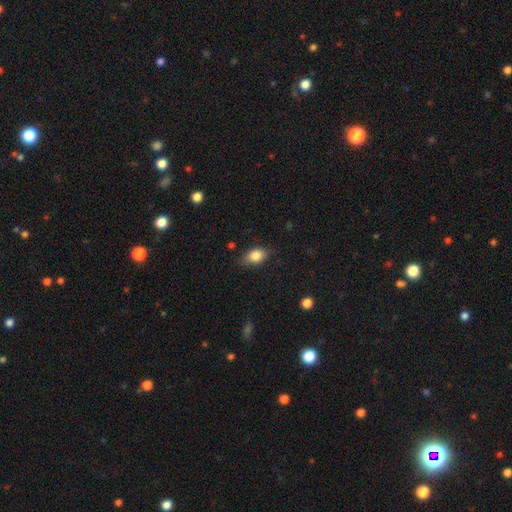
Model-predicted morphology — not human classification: smooth_or_featured: smooth (p=0.80) [alt: featured or disk p=0.12]
how_rounded: in between (p=0.76) [alt: round p=0.20]
merging: none (p=0.75) [alt: minor disturbance p=0.20]